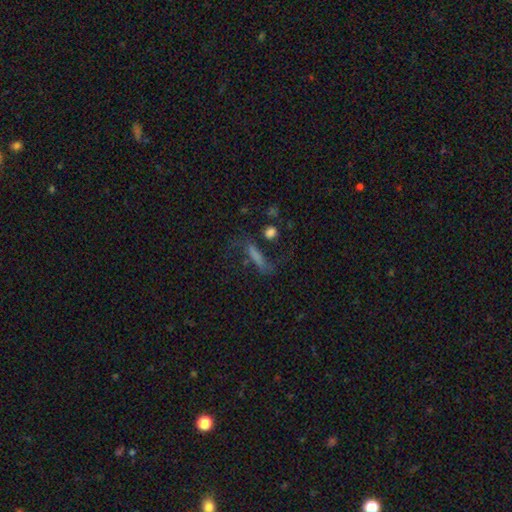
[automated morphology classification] smooth-or-featured: smooth: 47% | featured or disk: 34% | star or artifact: 20%
  merging: none: 53% | major disturbance: 22% | minor disturbance: 19% | merger: 6%